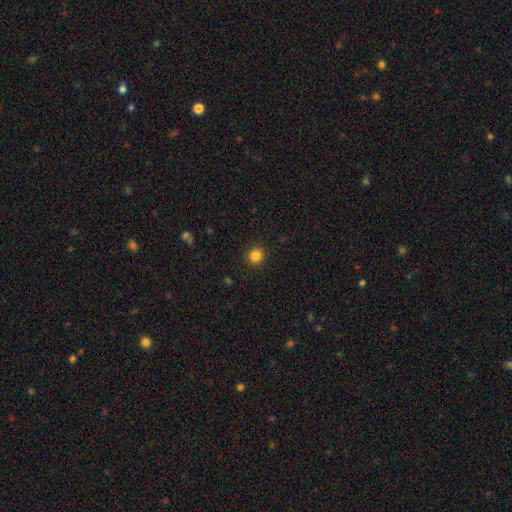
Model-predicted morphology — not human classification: This appears to be a smooth galaxy with no disk features (84%) that is round (91%). Merging: none (92%).